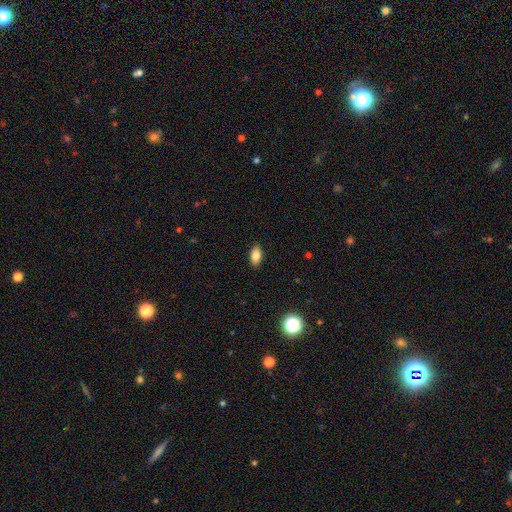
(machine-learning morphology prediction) A smooth galaxy with no disk features (83%) that is in between round and cigar-shaped (91%). Merging: none (89%).